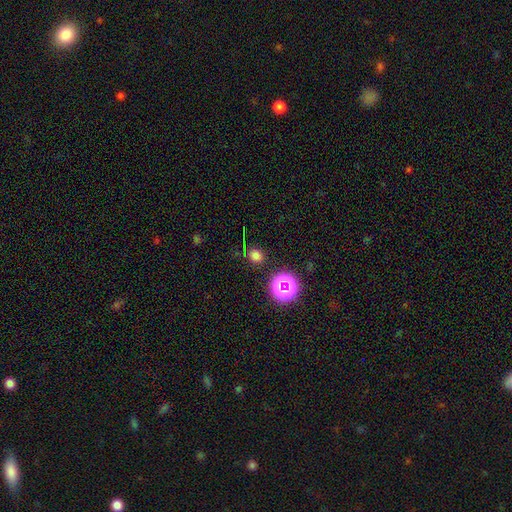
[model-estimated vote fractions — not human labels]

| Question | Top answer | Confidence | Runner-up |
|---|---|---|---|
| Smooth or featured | smooth | 66% | star or artifact (28%) |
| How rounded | round | 85% | in between (14%) |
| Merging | none | 82% | minor disturbance (10%) |